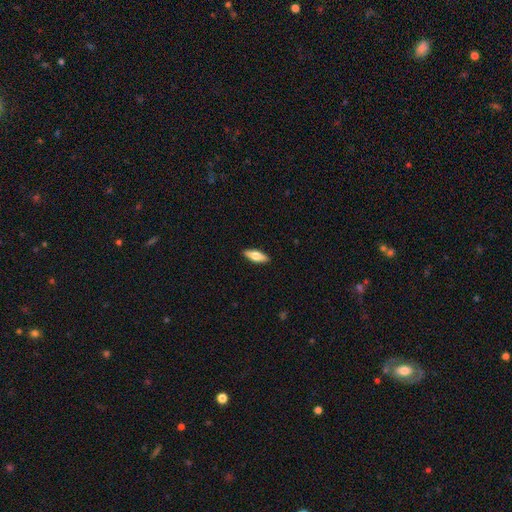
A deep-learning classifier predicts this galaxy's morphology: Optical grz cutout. It shows a smooth galaxy with no disk features (63%) that is in between round and cigar-shaped (64%). Merging: none (90%).